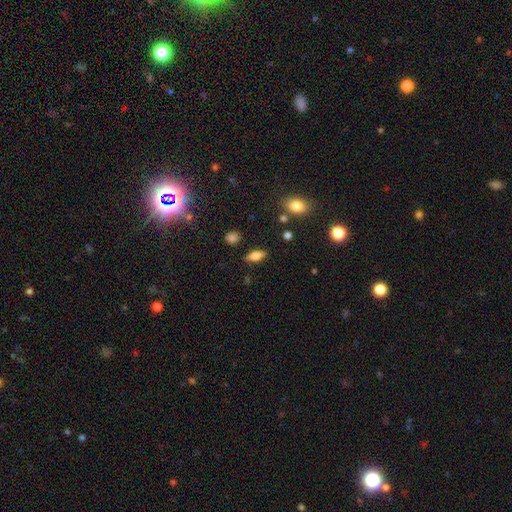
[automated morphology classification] A smooth galaxy with no disk features (72%) that is in between round and cigar-shaped (78%). Merging: none (84%).